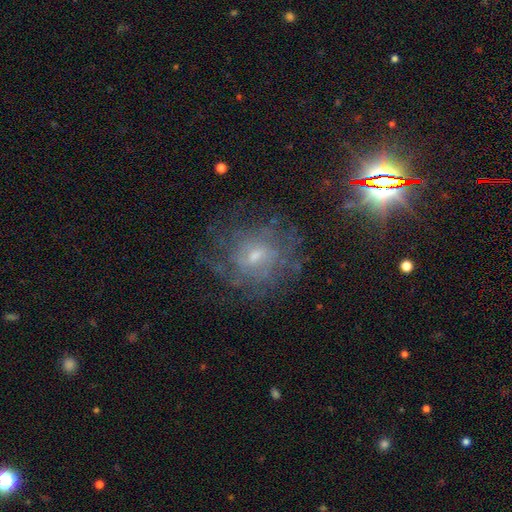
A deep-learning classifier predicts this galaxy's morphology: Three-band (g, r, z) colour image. It shows a featured or disk galaxy (63%) with no bar (51%), spiral arms (65%) and a small central bulge (58%). Merging: none (63%).